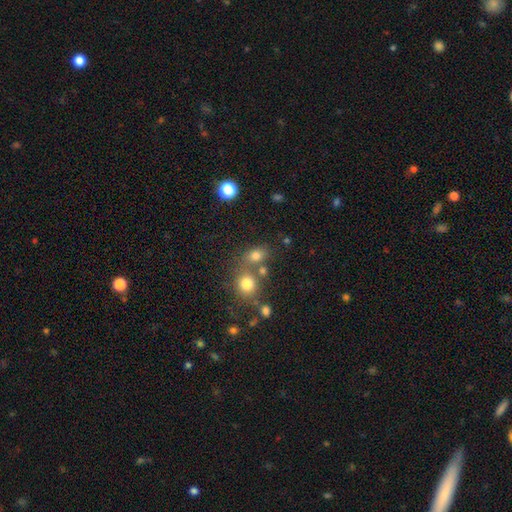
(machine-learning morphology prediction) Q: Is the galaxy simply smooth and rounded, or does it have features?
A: smooth — 74%.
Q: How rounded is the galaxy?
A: in between — 52%.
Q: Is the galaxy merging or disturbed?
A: none — 56%.